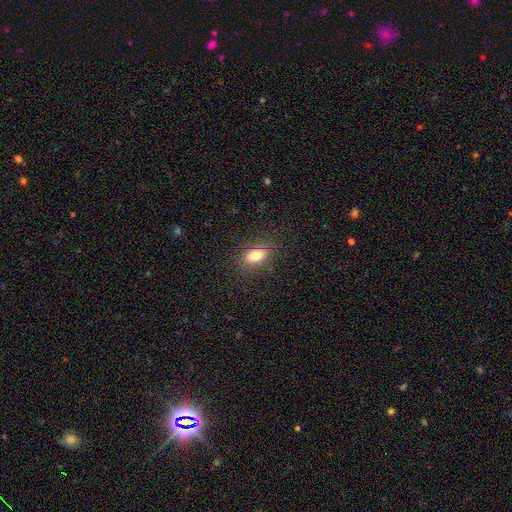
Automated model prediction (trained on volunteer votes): This appears to be a smooth galaxy with no disk features (79%) that is in between round and cigar-shaped (84%). Merging: none (84%).